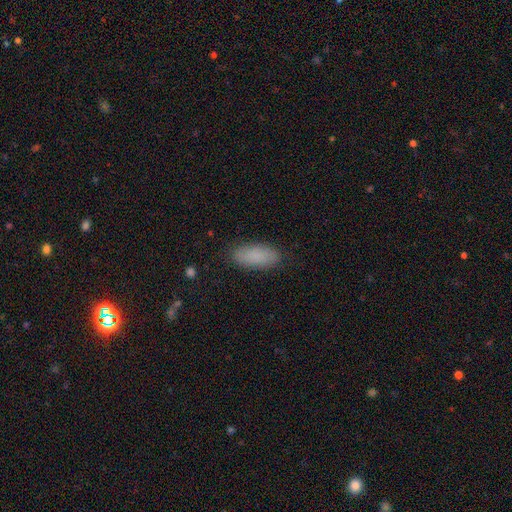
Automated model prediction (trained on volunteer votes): This appears to be a smooth galaxy with no disk features (88%) that is in between round and cigar-shaped (84%). Merging: none (87%).